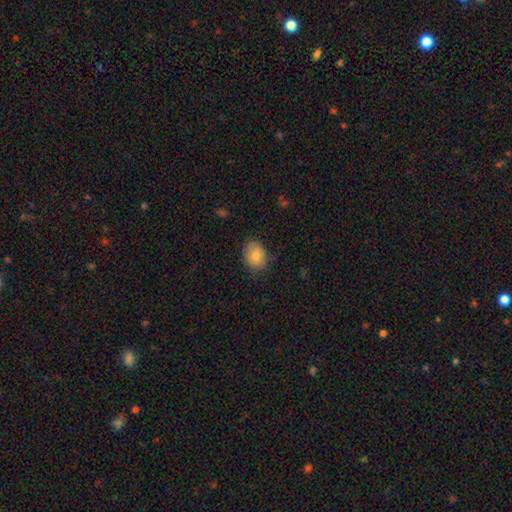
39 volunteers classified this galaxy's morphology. Q: Smooth or featured?
A: smooth (79%); runner-up: featured or disk (13%)
Q: How rounded?
A: in between (65%); runner-up: round (35%)
Q: Merging?
A: none (83%); runner-up: minor disturbance (8%)